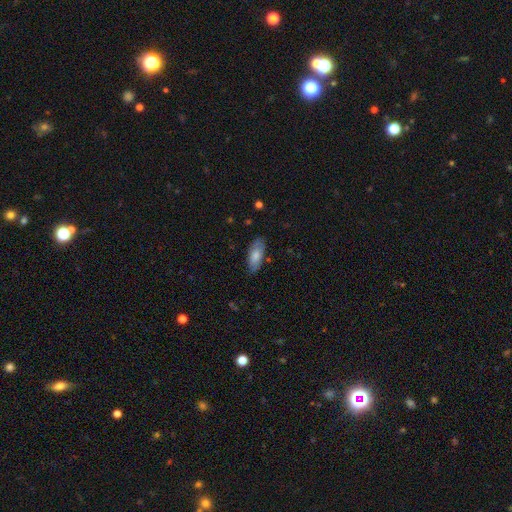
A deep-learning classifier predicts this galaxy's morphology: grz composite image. It shows a smooth galaxy with no disk features (72%) that is in between round and cigar-shaped (84%). Merging: none (79%).